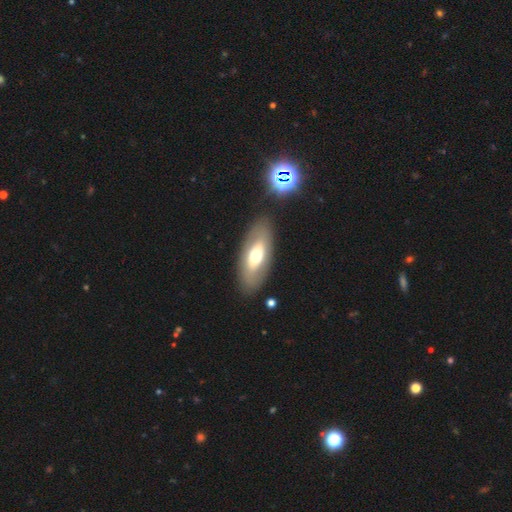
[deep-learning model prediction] Overall: smooth (52%; featured or disk 41%). How rounded: in between (84%). Merging: none (83%).